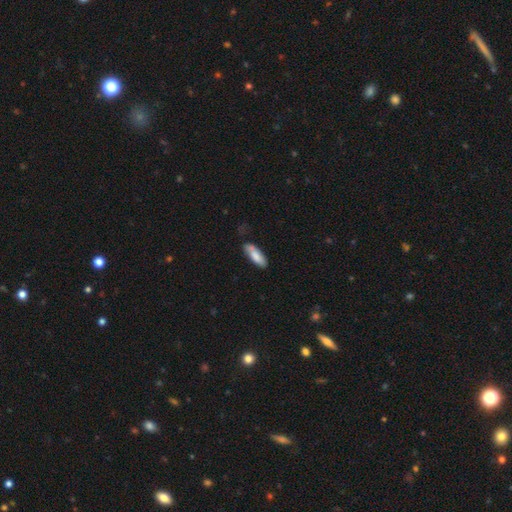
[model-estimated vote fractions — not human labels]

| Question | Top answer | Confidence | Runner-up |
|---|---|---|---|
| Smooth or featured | smooth | 79% | featured or disk (15%) |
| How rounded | in between | 57% | cigar-shaped (42%) |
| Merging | none | 62% | minor disturbance (27%) |